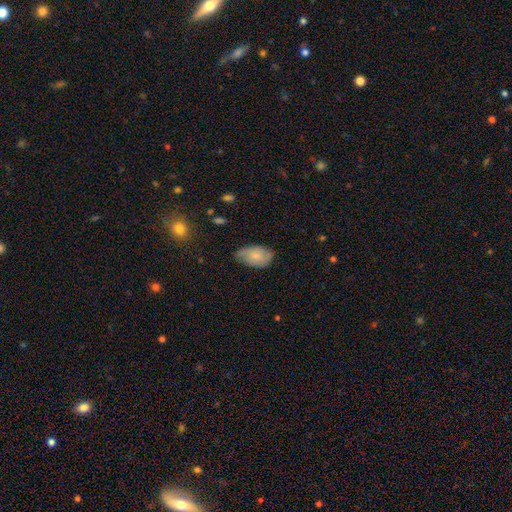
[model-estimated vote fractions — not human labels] This appears to be a smooth galaxy with no disk features (73%) that is in between round and cigar-shaped (93%). Merging: none (60%).